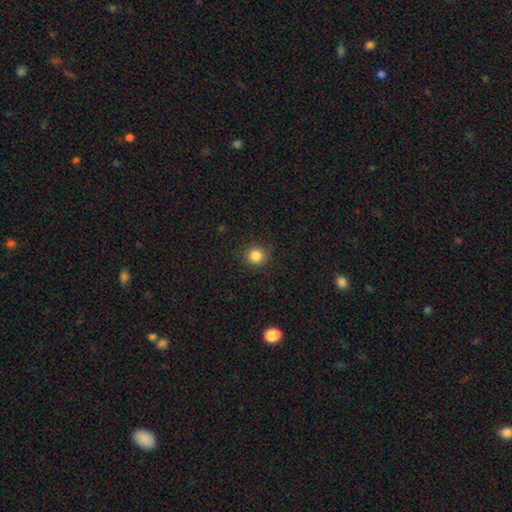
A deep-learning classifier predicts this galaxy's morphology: Overall: smooth (85%). How rounded: round (92%). Merging: none (90%).